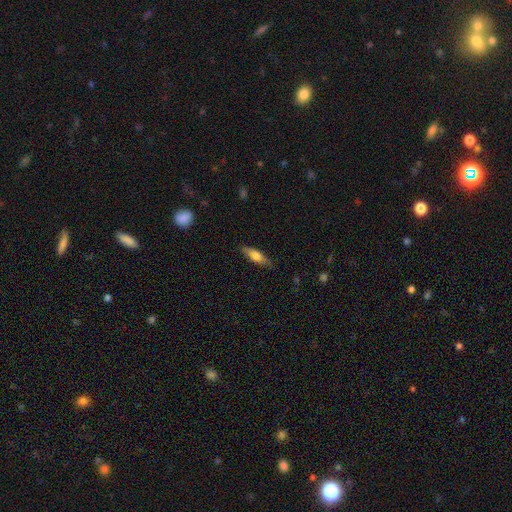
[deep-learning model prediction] Smooth or featured? smooth (65%)
How rounded? cigar-shaped (52%)
Merging? none (82%)